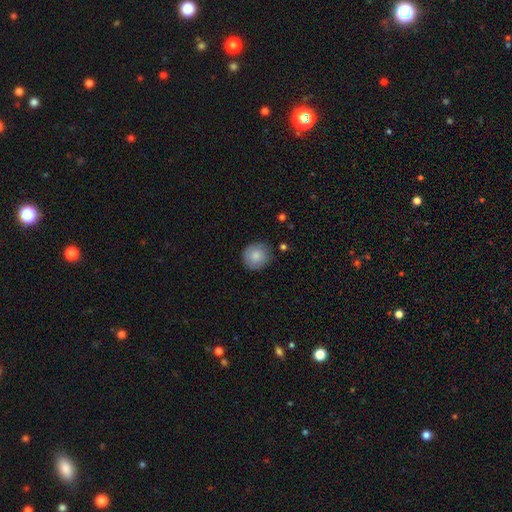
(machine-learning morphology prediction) Overall: smooth (85%). How rounded: round (92%). Merging: none (85%).